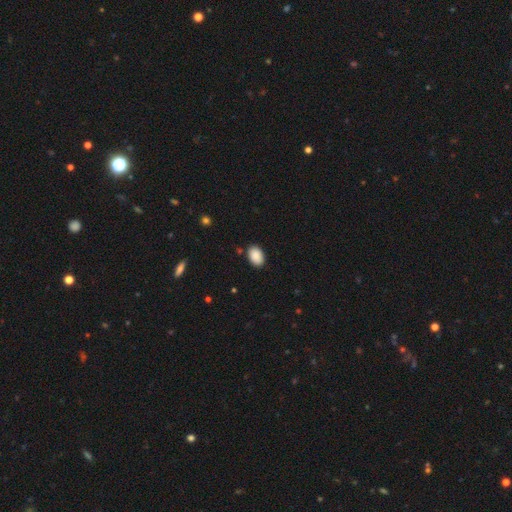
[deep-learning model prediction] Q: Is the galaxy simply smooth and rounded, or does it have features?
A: smooth — 90%.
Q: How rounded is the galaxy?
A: in between — 86%.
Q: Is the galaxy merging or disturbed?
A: none — 87%.